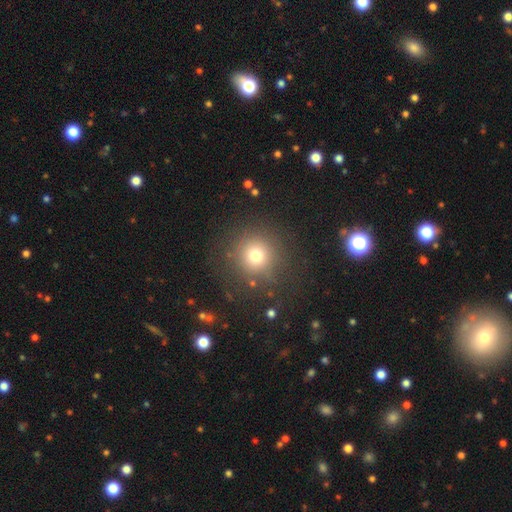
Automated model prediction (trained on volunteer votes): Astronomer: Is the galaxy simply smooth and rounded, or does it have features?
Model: smooth — 73%.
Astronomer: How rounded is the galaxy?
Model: round — 94%.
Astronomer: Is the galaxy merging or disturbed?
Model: none — 85%.